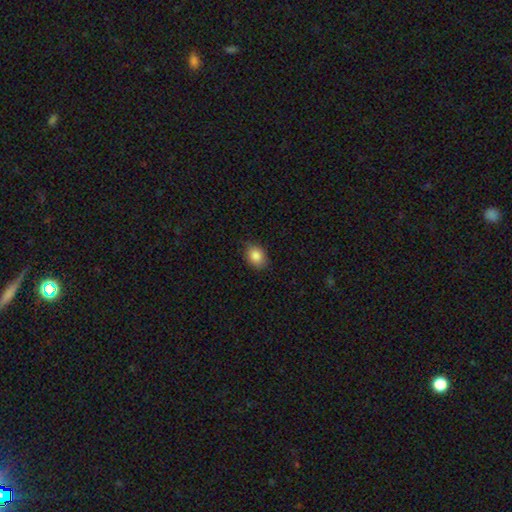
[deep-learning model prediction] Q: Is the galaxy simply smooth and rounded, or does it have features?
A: smooth — 86%.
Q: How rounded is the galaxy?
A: in between — 65%.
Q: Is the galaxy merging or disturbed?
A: none — 81%.